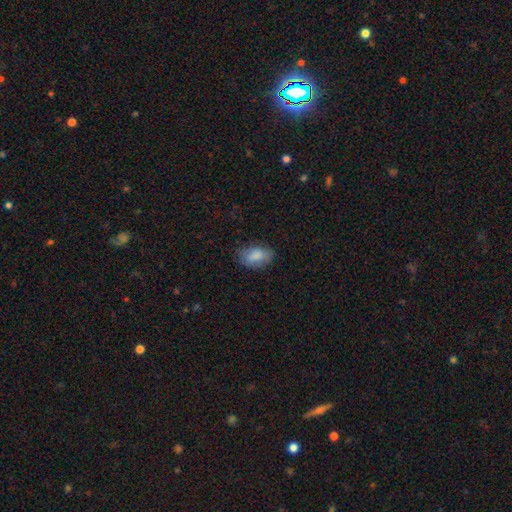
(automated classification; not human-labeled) A smooth galaxy with no disk features (86%) that is in between round and cigar-shaped (91%). Merging: none (75%).